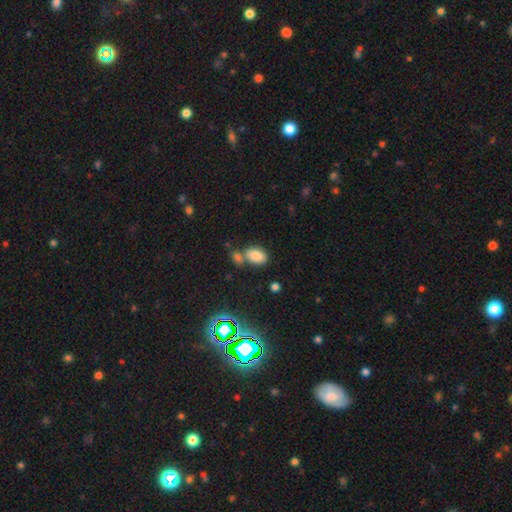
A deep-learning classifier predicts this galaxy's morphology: This is likely a smooth galaxy (79%). How rounded: clearly in between (87%). Merging: possibly none (49%).